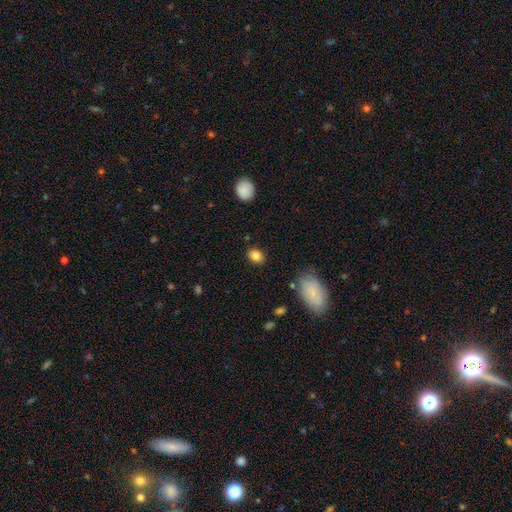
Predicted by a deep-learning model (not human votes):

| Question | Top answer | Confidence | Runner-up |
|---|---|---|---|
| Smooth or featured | smooth | 84% | star or artifact (9%) |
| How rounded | in between | 62% | round (37%) |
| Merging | none | 85% | minor disturbance (10%) |